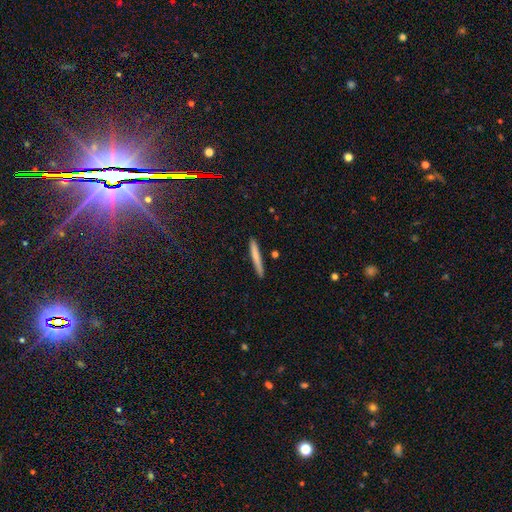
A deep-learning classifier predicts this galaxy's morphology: Smooth or featured? smooth (72%)
How rounded? cigar-shaped (96%)
Merging? none (88%)